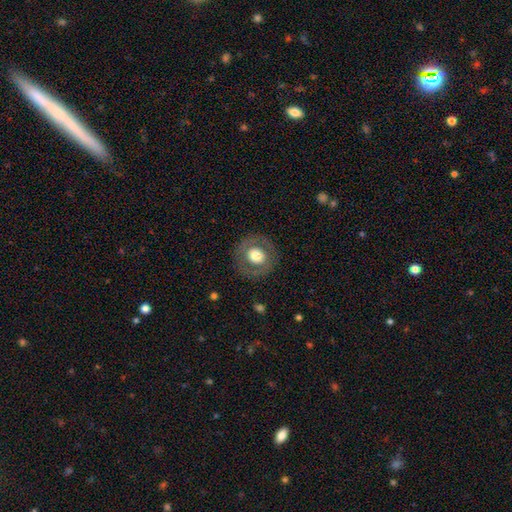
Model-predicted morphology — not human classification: Smooth or featured? smooth (59%)
How rounded? round (89%)
Merging? none (83%)